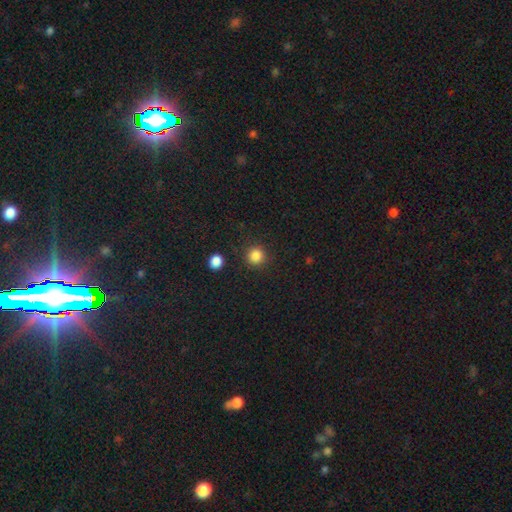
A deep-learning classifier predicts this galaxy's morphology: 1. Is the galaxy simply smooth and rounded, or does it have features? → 85% smooth, 11% star or artifact, 3% featured or disk.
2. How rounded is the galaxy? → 93% round, 6% in between, 1% cigar-shaped.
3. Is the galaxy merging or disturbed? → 89% none, 6% minor disturbance, 3% major disturbance, 2% merger.